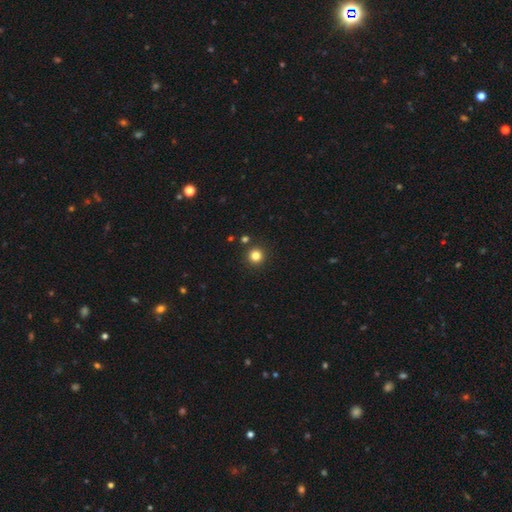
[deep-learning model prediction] This appears to be a smooth galaxy with no disk features (82%) that is round (95%). Merging: none (90%).